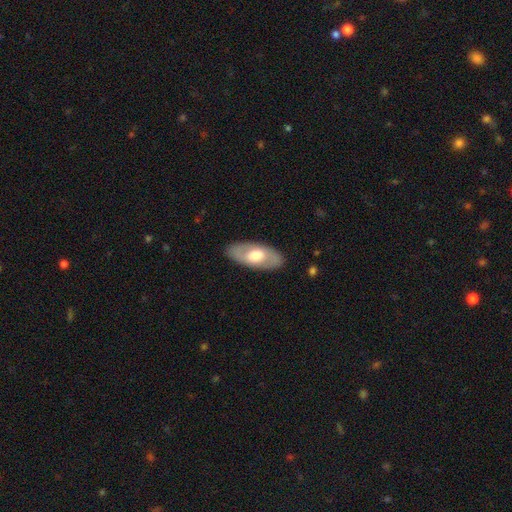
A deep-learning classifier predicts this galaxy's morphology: smooth-or-featured: smooth: 49% | featured or disk: 46% | star or artifact: 5%
  merging: none: 86% | minor disturbance: 10% | major disturbance: 3% | merger: 1%